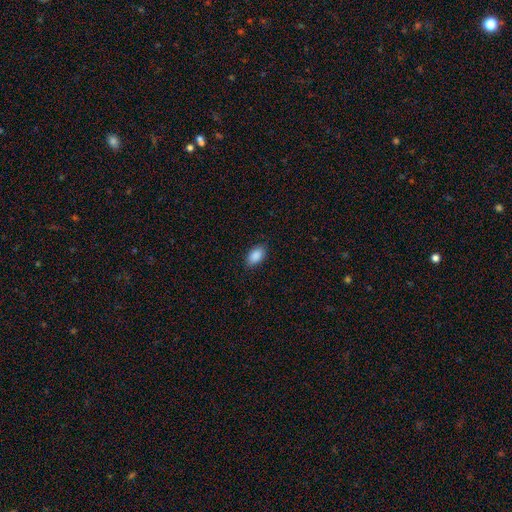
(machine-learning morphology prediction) Smooth or featured? Predicted: smooth (p=0.89). How rounded? Predicted: in between (p=0.92). Merging? Predicted: none (p=0.86).